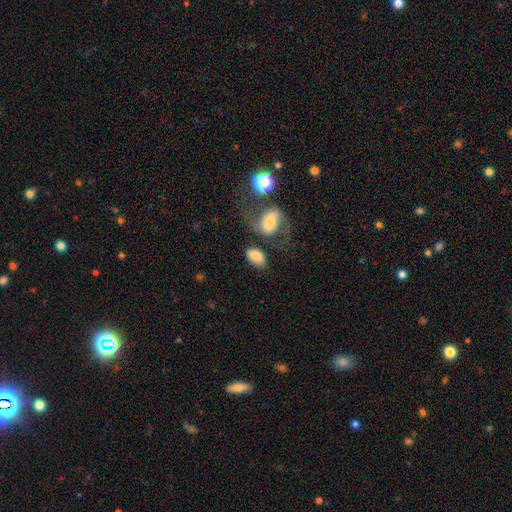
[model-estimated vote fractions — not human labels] Morphology: type=smooth (77%); roundness=in between (90%); merging=none (48%).